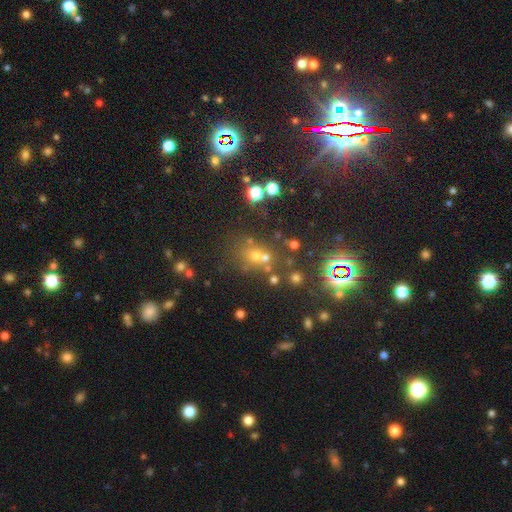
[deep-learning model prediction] Smooth or featured?
  - smooth: 46% *
  - star or artifact: 40%
  - featured or disk: 14%
Merging?
  - none: 55% *
  - merger: 28%
  - minor disturbance: 11%
  - major disturbance: 7%